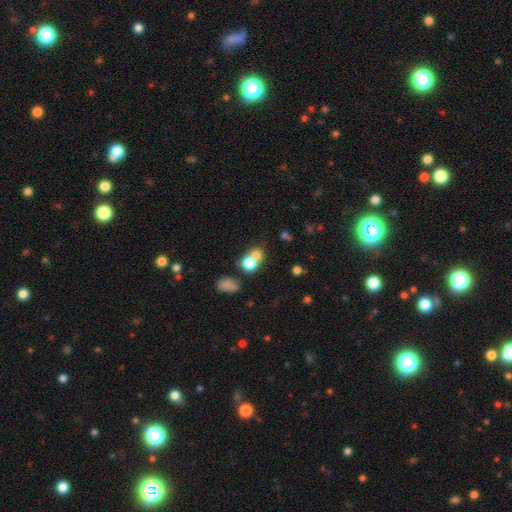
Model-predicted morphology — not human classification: A smooth galaxy with no disk features (72%) that is round (70%). Merging: merger (56%).